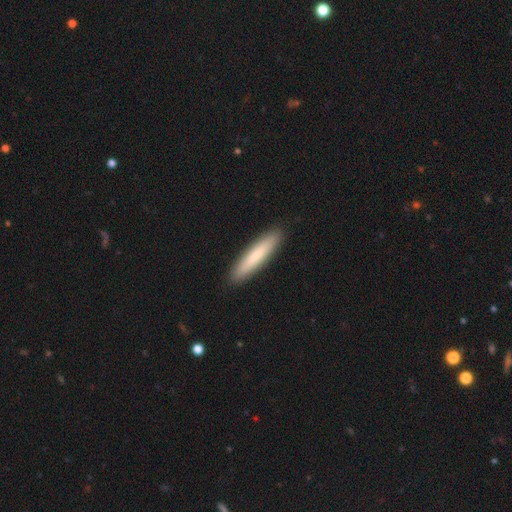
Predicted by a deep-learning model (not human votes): Smooth or featured: smooth — 77% (featured or disk — 17%)
How rounded: cigar-shaped — 88% (in between — 11%)
Merging: none — 91% (minor disturbance — 6%)